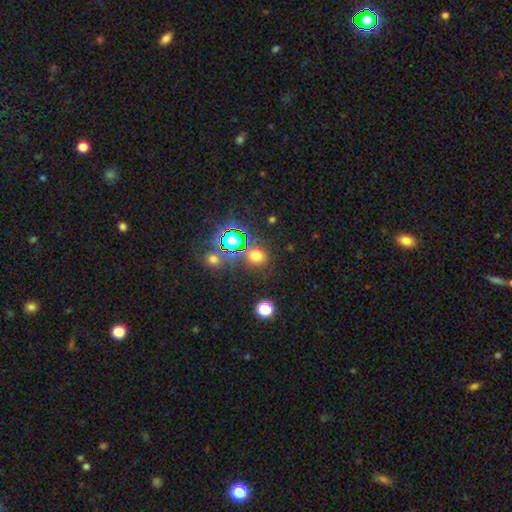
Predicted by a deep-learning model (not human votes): This is possibly a smooth galaxy (59%). How rounded: likely round (74%). Merging: likely none (77%).